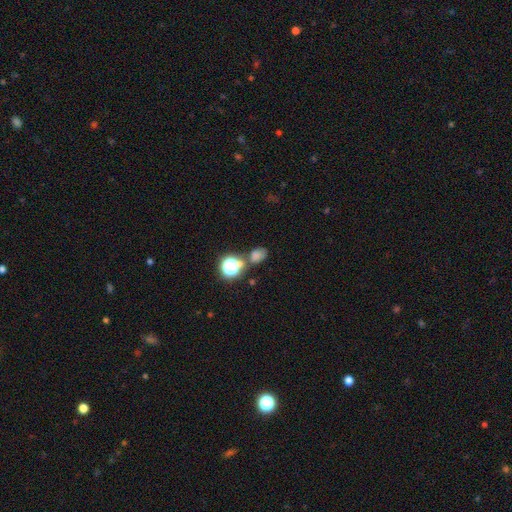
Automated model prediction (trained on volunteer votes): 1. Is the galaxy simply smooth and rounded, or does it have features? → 46% smooth, 44% star or artifact, 10% featured or disk.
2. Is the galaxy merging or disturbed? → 65% none, 18% merger, 11% minor disturbance, 5% major disturbance.